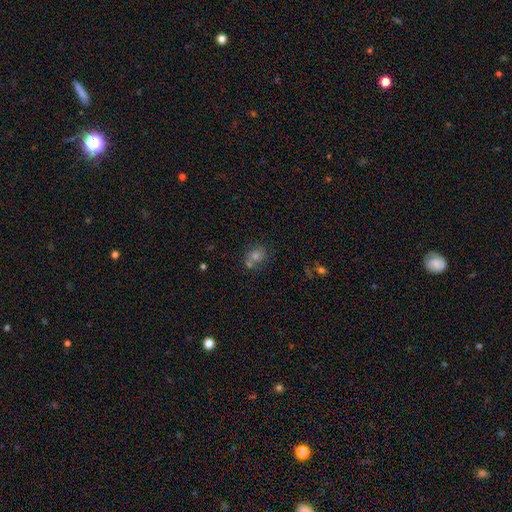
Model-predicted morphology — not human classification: This is likely a smooth galaxy (64%). How rounded: likely round (68%). Merging: possibly none (53%).